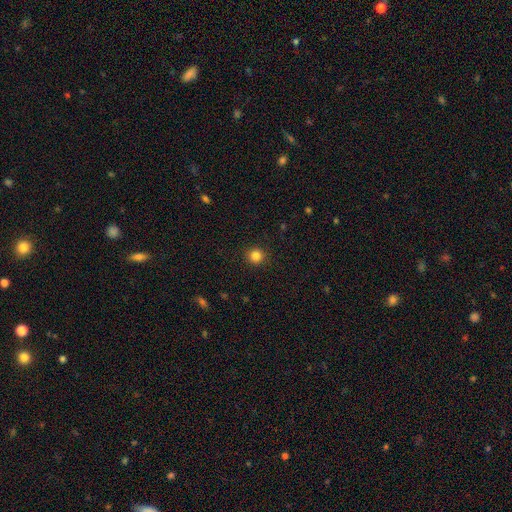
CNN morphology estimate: This is clearly a smooth galaxy (84%). How rounded: clearly round (94%). Merging: clearly none (92%).